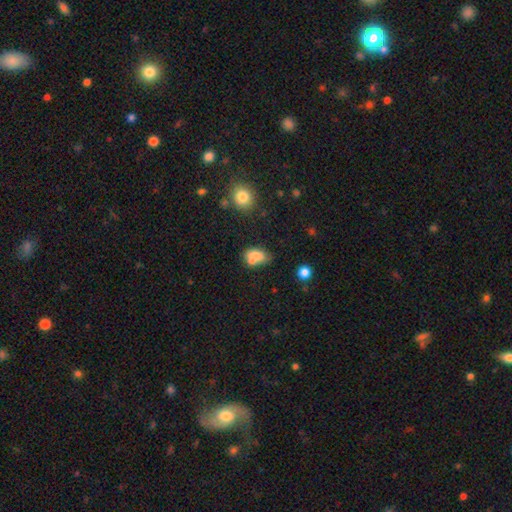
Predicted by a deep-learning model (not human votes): Smooth or featured: smooth — 74% (featured or disk — 15%)
How rounded: in between — 81% (round — 17%)
Merging: none — 38% (merger — 35%)